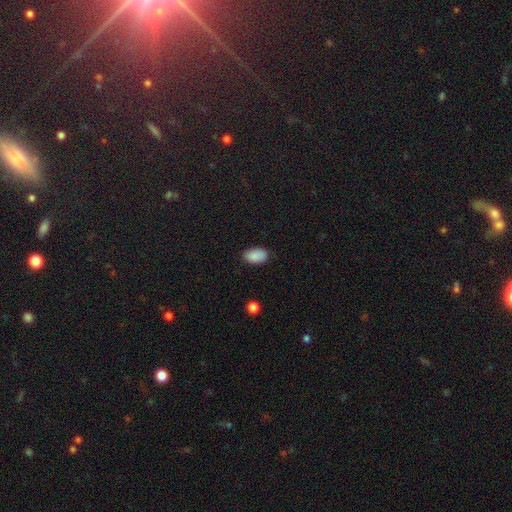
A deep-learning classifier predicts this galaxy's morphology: This is clearly a smooth galaxy (89%). How rounded: clearly in between (93%). Merging: clearly none (84%).